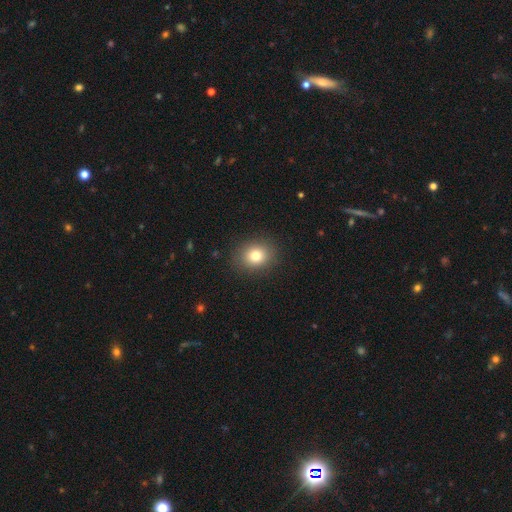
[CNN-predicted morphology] A smooth galaxy with no disk features (79%) that is round (64%).

Vote fractions:
- Smooth or featured? smooth: 79% / star or artifact: 12% / featured or disk: 9%
- How rounded? round: 64% / in between: 35% / cigar-shaped: 1%
- Merging? none: 89% / minor disturbance: 8% / major disturbance: 3% / merger: 1%